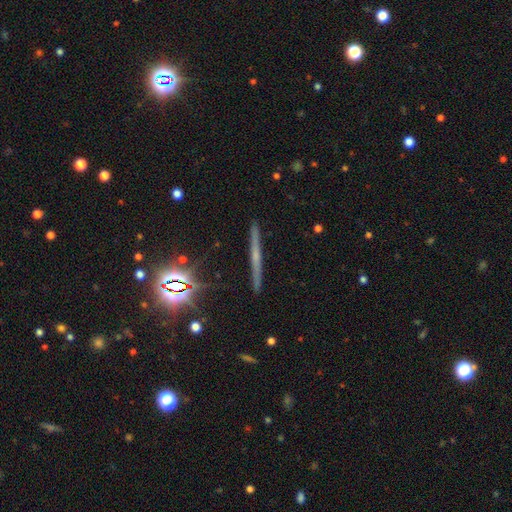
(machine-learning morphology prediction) smooth_or_featured: featured or disk (p=0.55) [alt: smooth p=0.23]
disk_edge_on: yes (p=0.97) [alt: no p=0.03]
edge_on_bulge: none (p=0.49) [alt: rounded p=0.44]
merging: none (p=0.89) [alt: minor disturbance p=0.07]